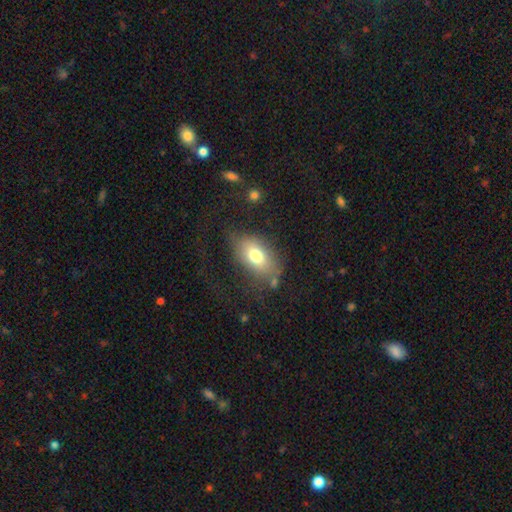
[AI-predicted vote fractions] A smooth galaxy with no disk features (72%) that is in between round and cigar-shaped (86%). Merging: none (64%).